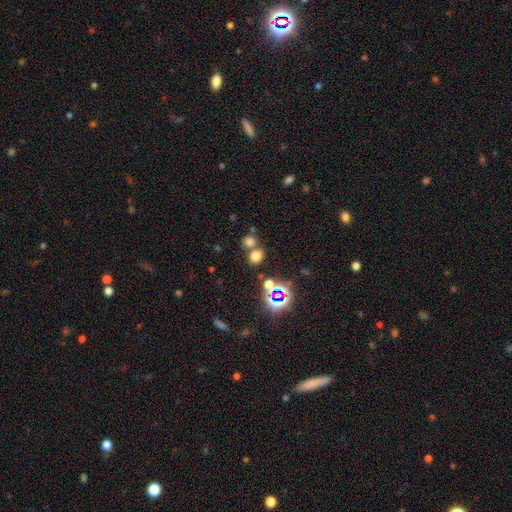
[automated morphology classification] Q: Smooth or featured?
A: smooth (68%); runner-up: star or artifact (25%)
Q: How rounded?
A: round (64%); runner-up: in between (35%)
Q: Merging?
A: none (59%); runner-up: merger (30%)